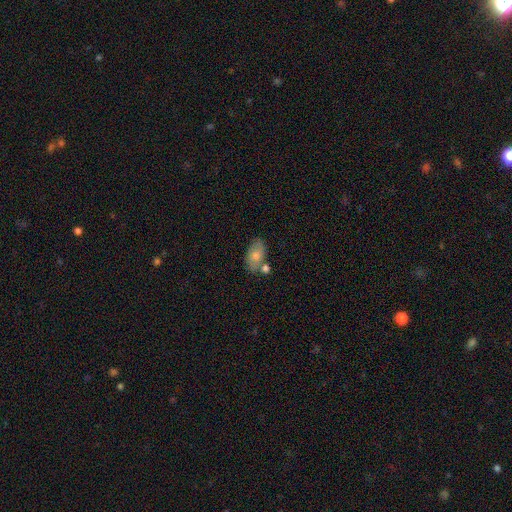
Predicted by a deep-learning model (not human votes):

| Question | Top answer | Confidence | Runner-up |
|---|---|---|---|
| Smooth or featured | smooth | 73% | featured or disk (20%) |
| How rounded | in between | 91% | round (7%) |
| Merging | none | 59% | merger (19%) |